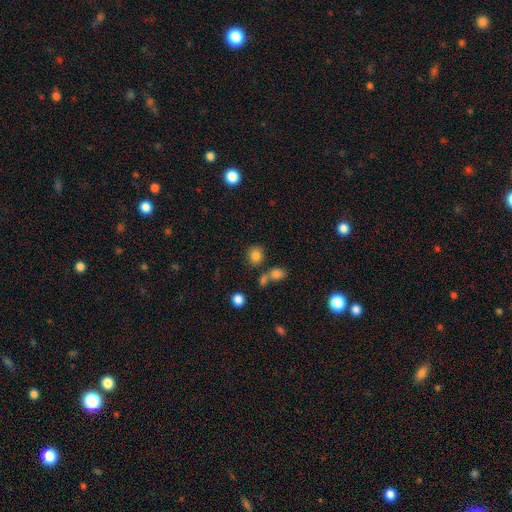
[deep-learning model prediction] Smooth or featured? Predicted: smooth (p=0.81). How rounded? Predicted: round (p=0.75). Merging? Predicted: none (p=0.73).